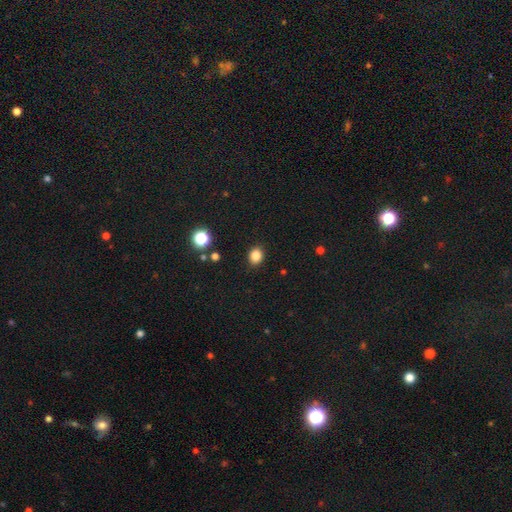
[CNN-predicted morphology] smooth-or-featured: smooth: 84% | star or artifact: 12% | featured or disk: 4%
  how-rounded: round: 59% | in between: 40% | cigar-shaped: 1%
  merging: none: 89% | minor disturbance: 7% | major disturbance: 2% | merger: 1%